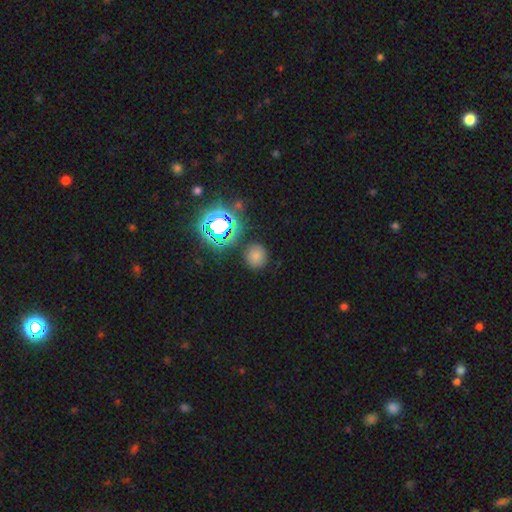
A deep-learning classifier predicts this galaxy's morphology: smooth-or-featured: smooth: 68% | star or artifact: 24% | featured or disk: 8%
  how-rounded: round: 86% | in between: 13% | cigar-shaped: 1%
  merging: none: 85% | minor disturbance: 9% | major disturbance: 3% | merger: 3%